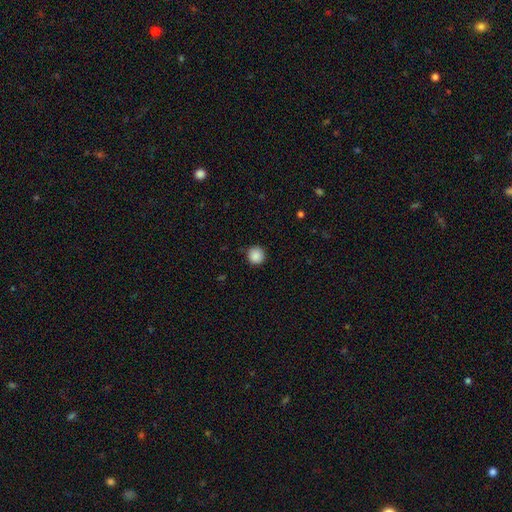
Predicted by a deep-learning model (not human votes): This appears to be a smooth galaxy with no disk features (88%) that is round (94%). Merging: none (88%).